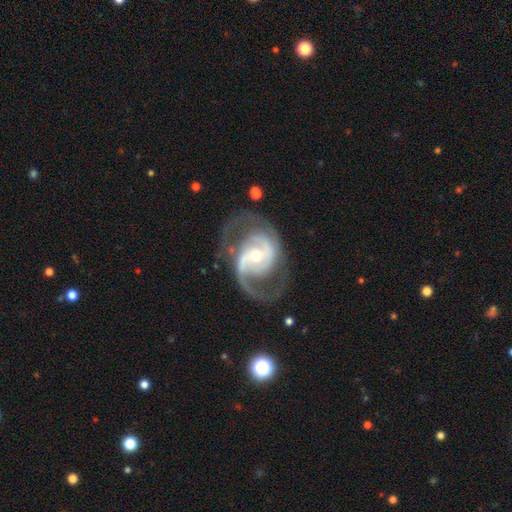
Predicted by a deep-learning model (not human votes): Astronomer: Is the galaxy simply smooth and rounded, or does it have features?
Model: featured or disk — 90%.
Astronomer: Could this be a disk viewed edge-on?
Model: no — 97%.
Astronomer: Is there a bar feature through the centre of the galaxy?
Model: weak — 38%, tied with no at 38%.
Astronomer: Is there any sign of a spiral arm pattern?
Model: yes — 96%.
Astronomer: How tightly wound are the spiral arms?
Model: medium — 55%.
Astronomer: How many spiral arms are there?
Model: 2 — 86%.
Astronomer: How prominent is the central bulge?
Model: moderate — 52% (runner-up: small, 42%).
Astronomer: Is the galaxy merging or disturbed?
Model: none — 69%.